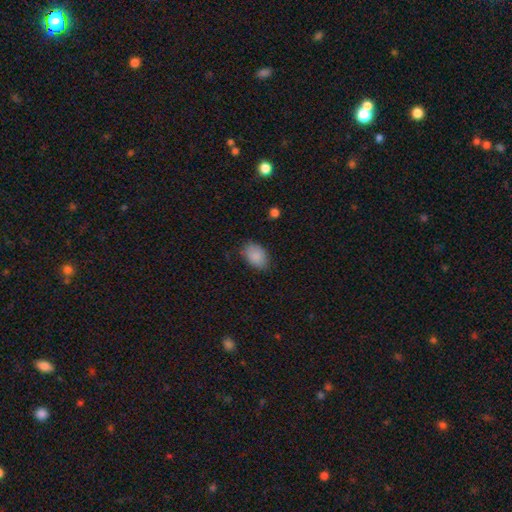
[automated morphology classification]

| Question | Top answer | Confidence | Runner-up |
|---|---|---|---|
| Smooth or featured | smooth | 87% | star or artifact (7%) |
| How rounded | in between | 87% | round (12%) |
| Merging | none | 77% | minor disturbance (18%) |